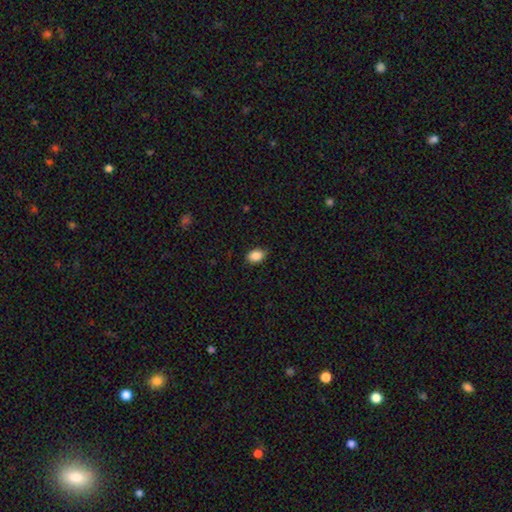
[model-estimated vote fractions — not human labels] Q: Smooth or featured?
A: smooth (88%); runner-up: star or artifact (8%)
Q: How rounded?
A: in between (84%); runner-up: round (15%)
Q: Merging?
A: none (82%); runner-up: minor disturbance (15%)